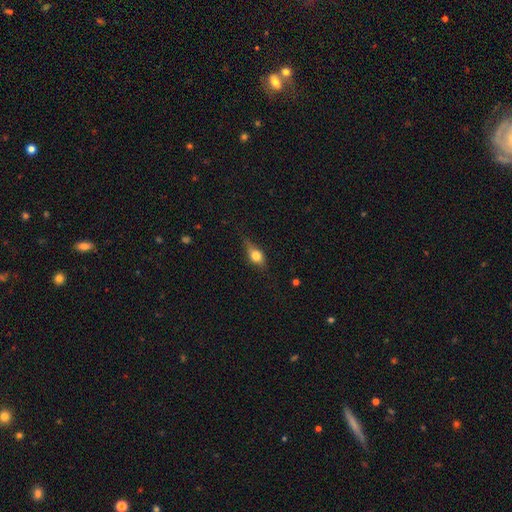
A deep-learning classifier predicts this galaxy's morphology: This appears to be a smooth galaxy with no disk features (62%) that is in between round and cigar-shaped (64%). Merging: none (65%).